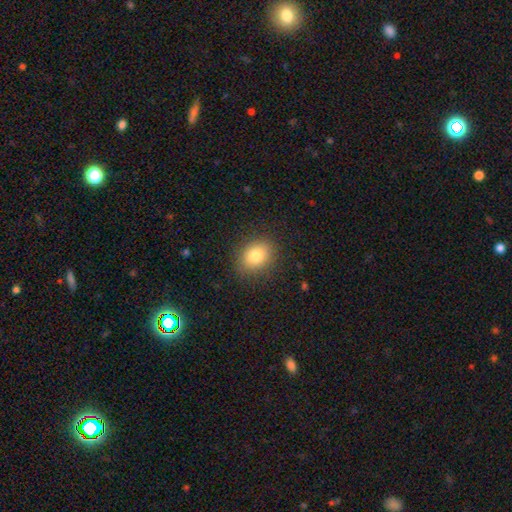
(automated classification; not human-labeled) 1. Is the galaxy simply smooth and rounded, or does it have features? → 81% smooth, 10% star or artifact, 9% featured or disk.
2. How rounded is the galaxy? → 55% in between, 44% round, 1% cigar-shaped.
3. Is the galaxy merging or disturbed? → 87% none, 9% minor disturbance, 3% major disturbance, 1% merger.